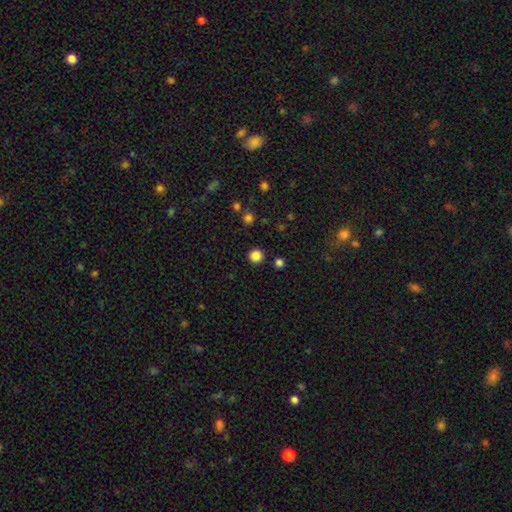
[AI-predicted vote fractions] smooth_or_featured: smooth (p=0.85) [alt: star or artifact p=0.12]
how_rounded: round (p=0.95) [alt: in between p=0.04]
merging: none (p=0.91) [alt: minor disturbance p=0.05]